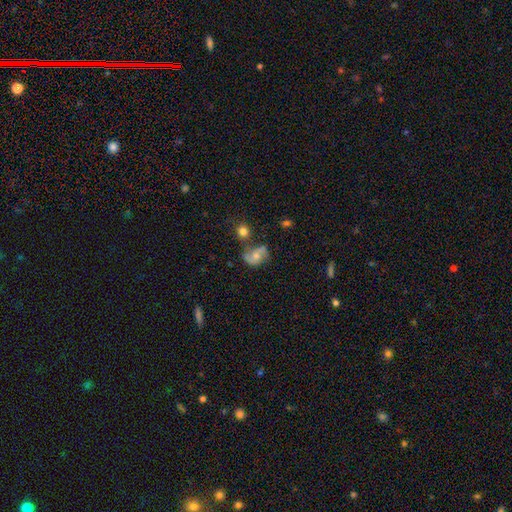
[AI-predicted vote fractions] Morphology: type=featured or disk (61%); edge-on=no (97%); bar=no (66%); spiral arms=yes (87%); winding=loose (50%); arm count=2 (86%); bulge=moderate (49%); merging=none (50%).